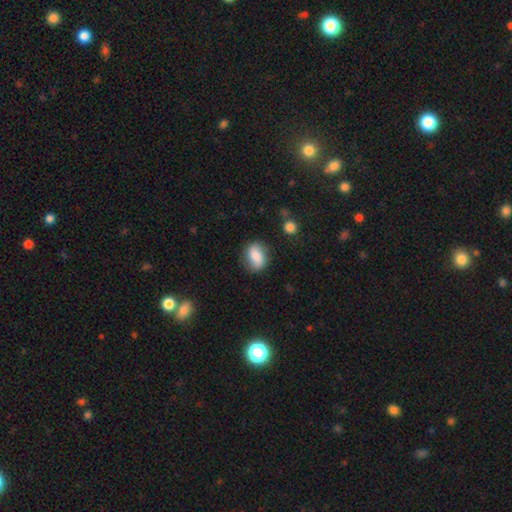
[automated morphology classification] Smooth or featured?
  - smooth: 76% *
  - featured or disk: 17%
  - star or artifact: 7%
How rounded?
  - in between: 75% *
  - round: 23%
  - cigar-shaped: 3%
Merging?
  - none: 76% *
  - minor disturbance: 17%
  - major disturbance: 5%
  - merger: 2%